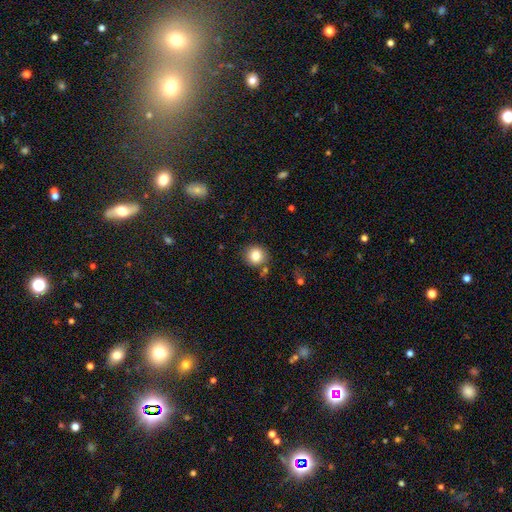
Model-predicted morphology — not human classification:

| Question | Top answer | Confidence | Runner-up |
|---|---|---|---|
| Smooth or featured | smooth | 83% | star or artifact (10%) |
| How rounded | round | 91% | in between (8%) |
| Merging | none | 83% | minor disturbance (9%) |